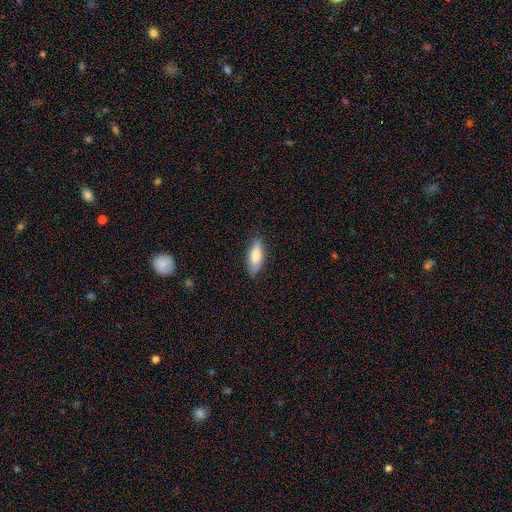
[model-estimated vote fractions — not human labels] This is likely a smooth galaxy (78%). How rounded: likely in between (64%). Merging: clearly none (82%).